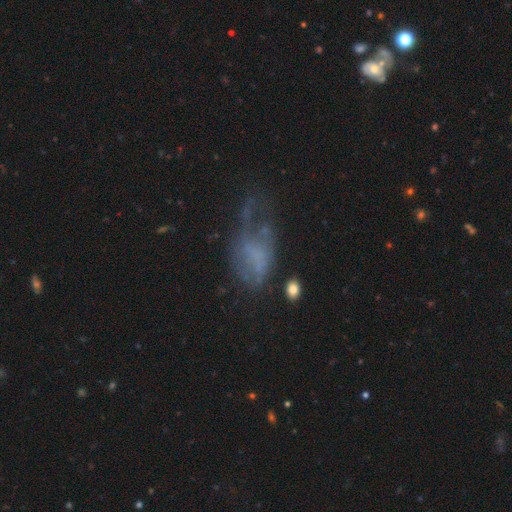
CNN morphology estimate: featured or disk 47%, smooth 36%, star or artifact 17%. Down the decision tree: merging — major disturbance (44%).